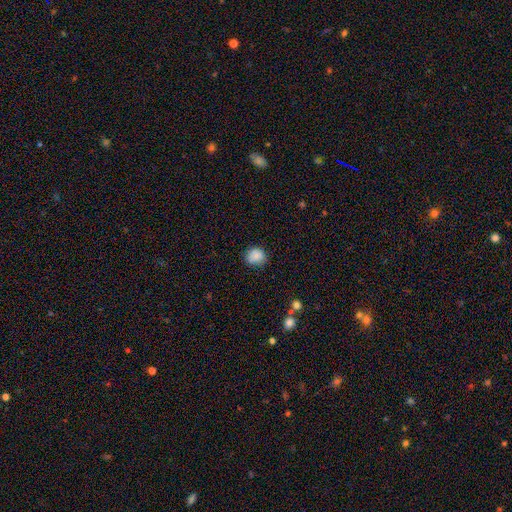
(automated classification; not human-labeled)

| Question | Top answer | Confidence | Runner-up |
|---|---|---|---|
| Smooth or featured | smooth | 85% | star or artifact (9%) |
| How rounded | round | 72% | in between (28%) |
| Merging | none | 73% | minor disturbance (21%) |